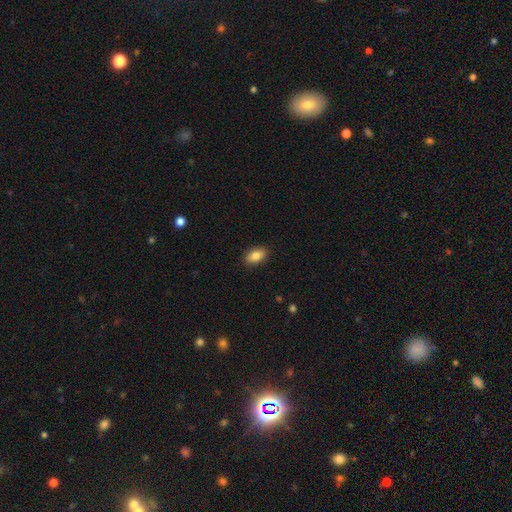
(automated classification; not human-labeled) Smooth or featured: smooth — 86% (star or artifact — 7%)
How rounded: in between — 91% (round — 6%)
Merging: none — 89% (minor disturbance — 8%)